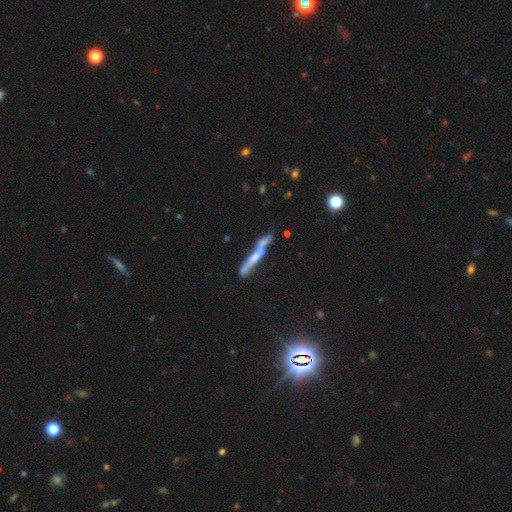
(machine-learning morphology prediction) Smooth or featured?
  - featured or disk: 61% *
  - smooth: 30%
  - star or artifact: 9%
Edge-on disk?
  - yes: 88% *
  - no: 12%
Edge-on bulge?
  - rounded: 54% *
  - none: 35%
  - boxy: 11%
Merging?
  - none: 59% *
  - merger: 19%
  - minor disturbance: 16%
  - major disturbance: 6%